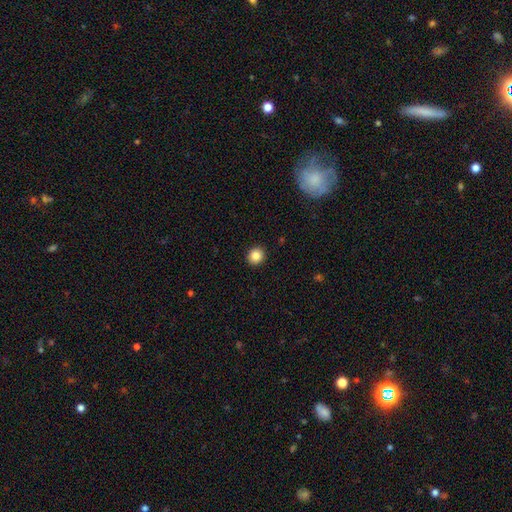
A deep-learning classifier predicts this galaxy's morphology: Smooth or featured? smooth (85%)
How rounded? round (90%)
Merging? none (93%)